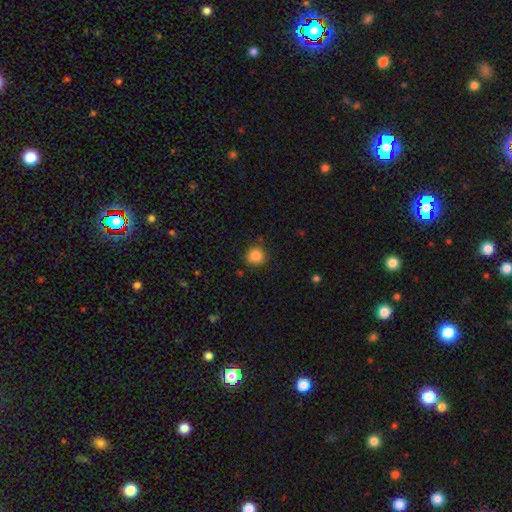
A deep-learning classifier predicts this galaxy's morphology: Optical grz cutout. It shows a smooth galaxy with no disk features (85%) that is round (87%). Merging: none (80%).